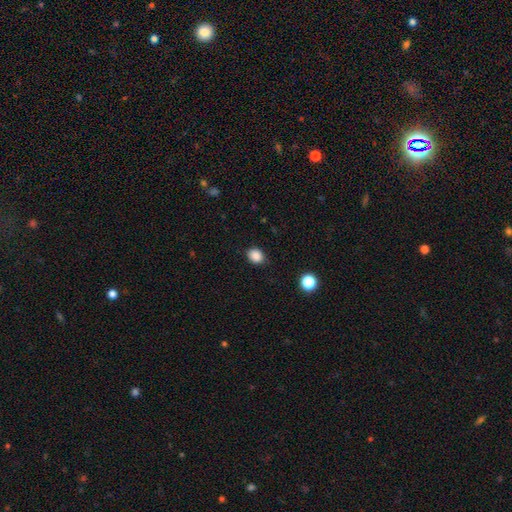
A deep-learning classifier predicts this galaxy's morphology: smooth 87%, star or artifact 10%, featured or disk 3%. Down the decision tree: how rounded — round (50%, tied with in between); merging — none (86%).